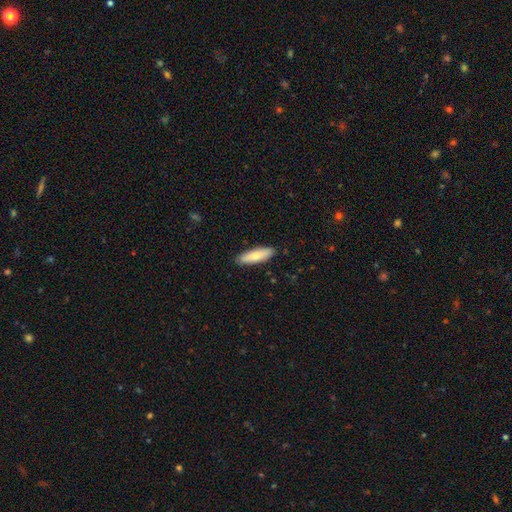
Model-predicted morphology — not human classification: Overall: smooth (77%). How rounded: cigar-shaped (52%; in between 46%). Merging: none (88%).